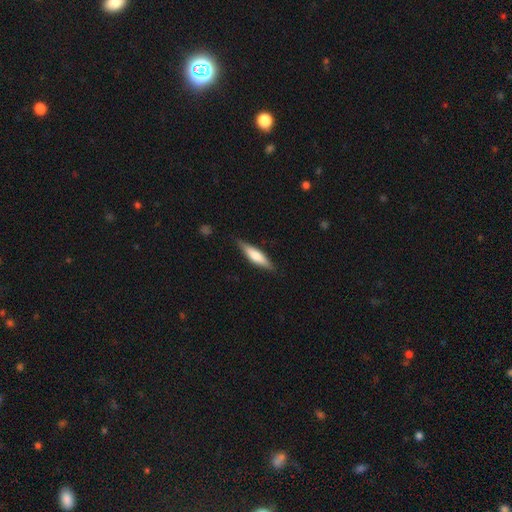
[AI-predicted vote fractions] A smooth galaxy with no disk features (63%) that is cigar-shaped (70%). Merging: none (84%).